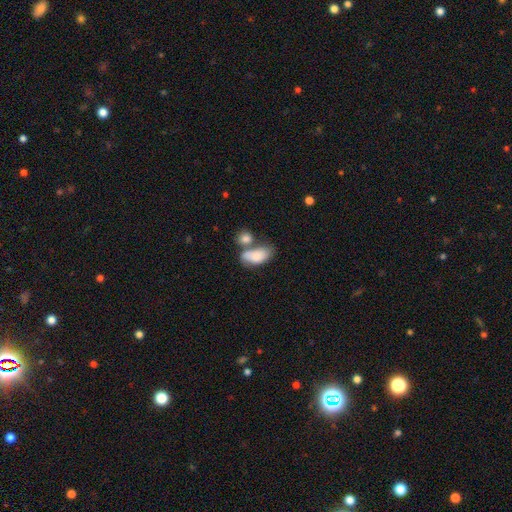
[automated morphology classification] The model was most divided on "merging": merger: 45%, none: 32%, minor disturbance: 15%, major disturbance: 8%. More confident: how rounded — in between (92%); smooth or featured — smooth (81%).